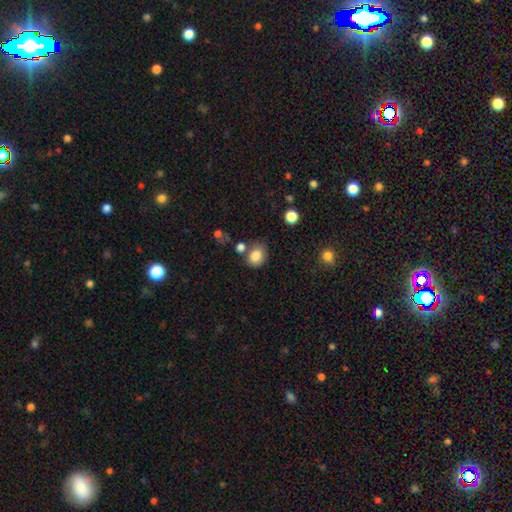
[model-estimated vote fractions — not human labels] Morphology: type=smooth (84%); roundness=round (54%); merging=none (64%).